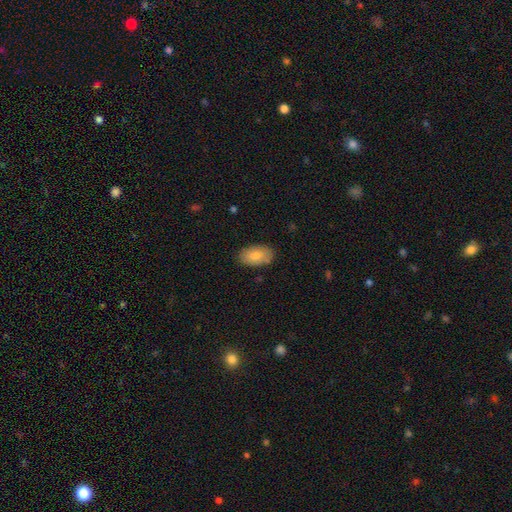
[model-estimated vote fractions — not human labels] A smooth galaxy with no disk features (82%) that is in between round and cigar-shaped (94%). Merging: none (84%).